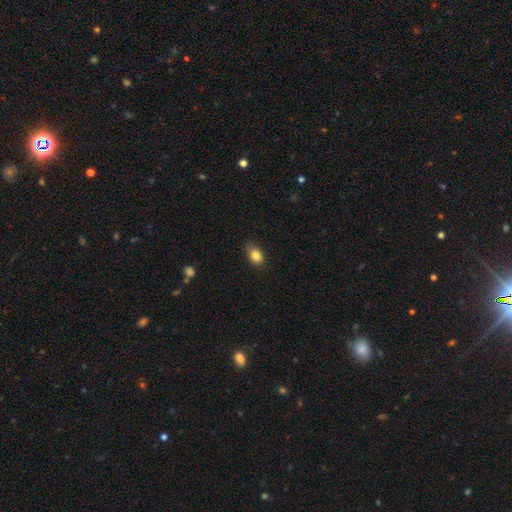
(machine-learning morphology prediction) The model was most divided on "how rounded": in between: 71%, round: 28%, cigar-shaped: 1%. More confident: smooth or featured — smooth (83%); merging — none (73%).